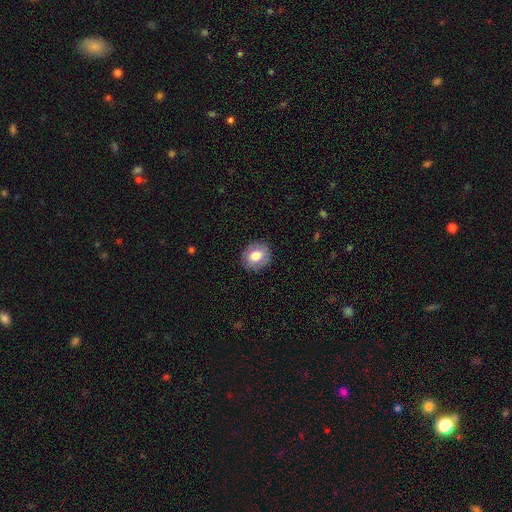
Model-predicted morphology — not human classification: This appears to be a smooth galaxy with no disk features (72%) that is round (69%). Merging: none (86%).